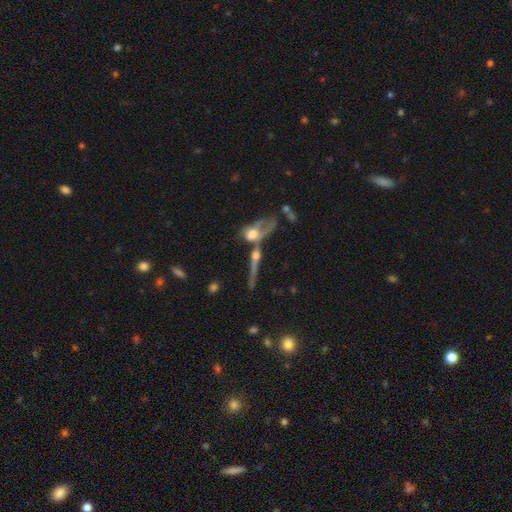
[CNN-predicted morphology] smooth-or-featured: featured or disk: 57% | smooth: 30% | star or artifact: 13%
  disk-edge-on: yes: 71% | no: 29%
  merging: merger: 51% | none: 28% | major disturbance: 11% | minor disturbance: 10%